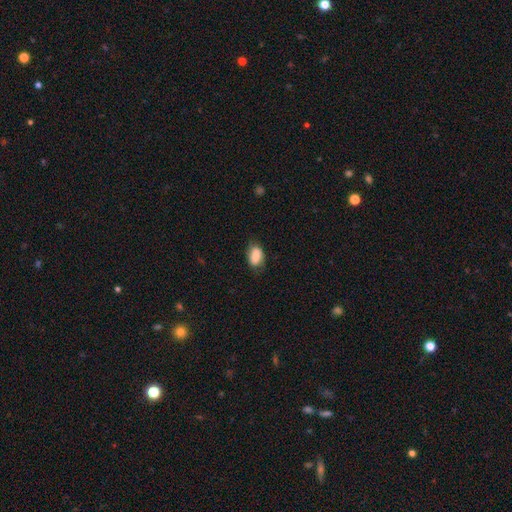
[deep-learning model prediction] Morphology: type=smooth (77%); roundness=in between (88%); merging=none (67%).